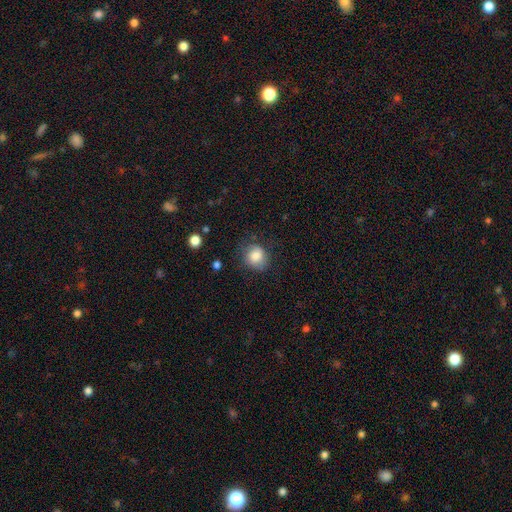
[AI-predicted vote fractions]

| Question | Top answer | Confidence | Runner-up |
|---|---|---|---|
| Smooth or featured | smooth | 80% | featured or disk (11%) |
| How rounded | round | 72% | in between (27%) |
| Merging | none | 68% | minor disturbance (22%) |